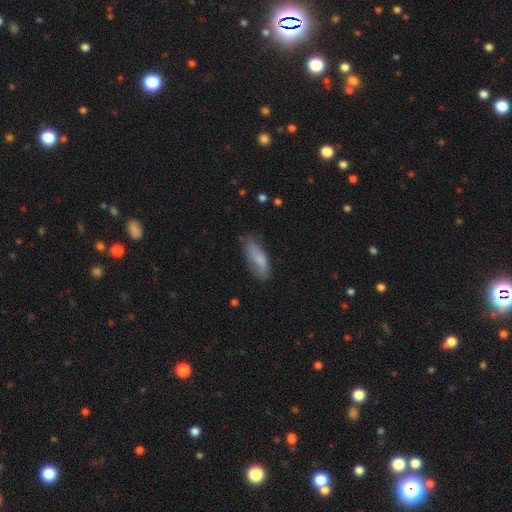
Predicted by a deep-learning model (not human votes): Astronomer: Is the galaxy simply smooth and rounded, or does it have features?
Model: smooth — 70%.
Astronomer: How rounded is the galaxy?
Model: in between — 53% (runner-up: cigar-shaped, 45%).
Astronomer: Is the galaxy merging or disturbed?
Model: none — 77%.